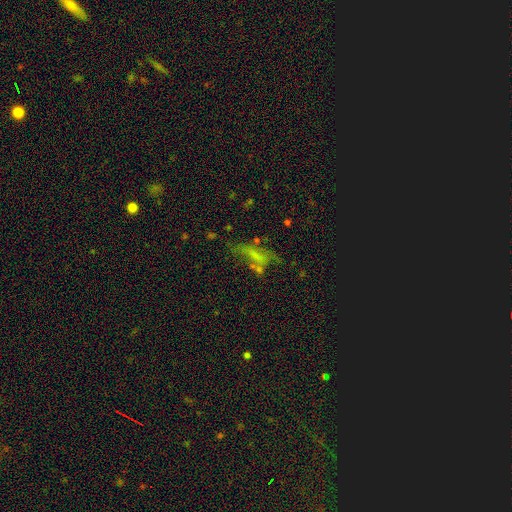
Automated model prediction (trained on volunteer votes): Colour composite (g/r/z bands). It shows a smooth galaxy with no disk features (45%). Merging: none (39%).